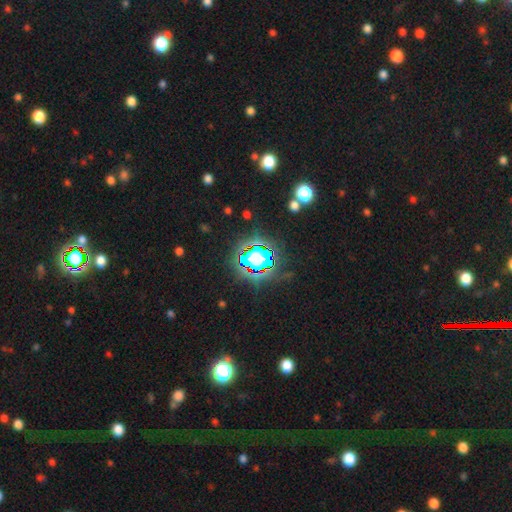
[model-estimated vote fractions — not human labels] Smooth or featured? star or artifact (81%)